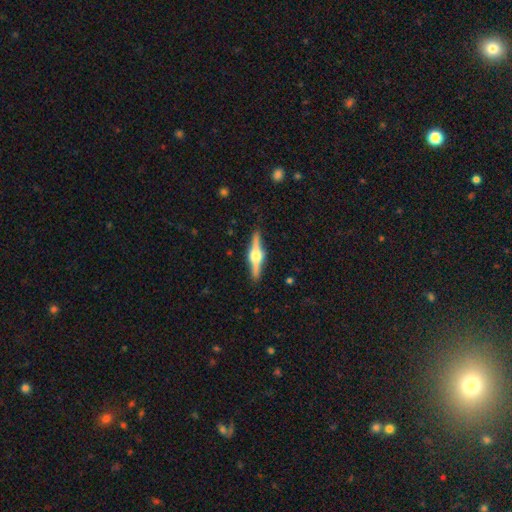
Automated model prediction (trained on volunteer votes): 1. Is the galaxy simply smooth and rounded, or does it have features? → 79% featured or disk, 16% smooth, 5% star or artifact.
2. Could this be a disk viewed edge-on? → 98% yes, 2% no.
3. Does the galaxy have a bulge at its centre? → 93% rounded, 6% boxy, 1% none.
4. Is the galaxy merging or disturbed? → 91% none, 7% minor disturbance, 2% major disturbance, 1% merger.